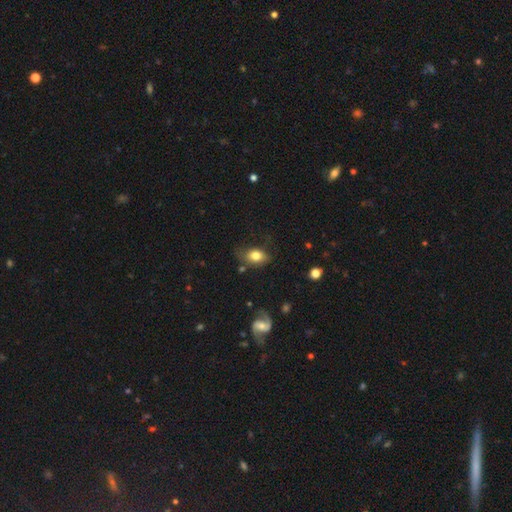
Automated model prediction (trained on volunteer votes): The model was most divided on "merging": none: 58%, minor disturbance: 26%, major disturbance: 12%, merger: 3%. More confident: how rounded — in between (81%); smooth or featured — smooth (77%).